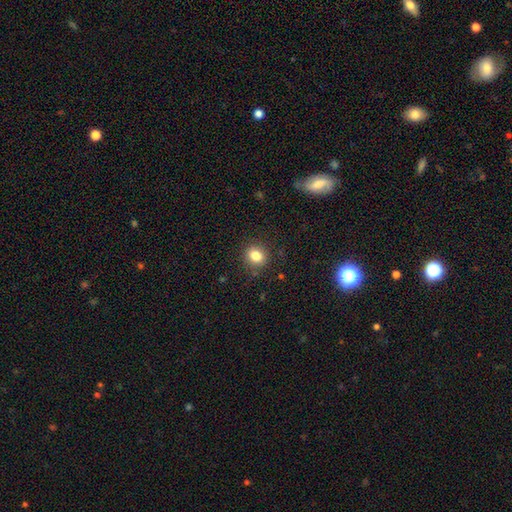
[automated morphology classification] Smooth or featured? Predicted: smooth (p=0.83). How rounded? Predicted: round (p=0.68). Merging? Predicted: none (p=0.87).